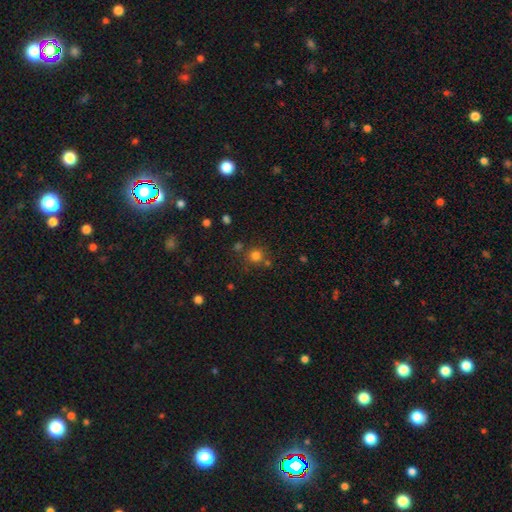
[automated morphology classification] smooth_or_featured: smooth (p=0.76) [alt: star or artifact p=0.17]
how_rounded: round (p=0.90) [alt: in between p=0.09]
merging: none (p=0.72) [alt: merger p=0.14]